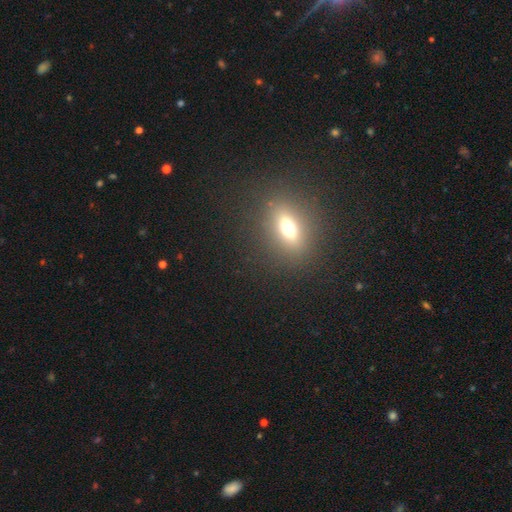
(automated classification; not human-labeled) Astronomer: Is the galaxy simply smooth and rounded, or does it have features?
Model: smooth — 44% (runner-up: star or artifact, 33%).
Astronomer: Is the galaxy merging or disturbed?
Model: none — 90%.